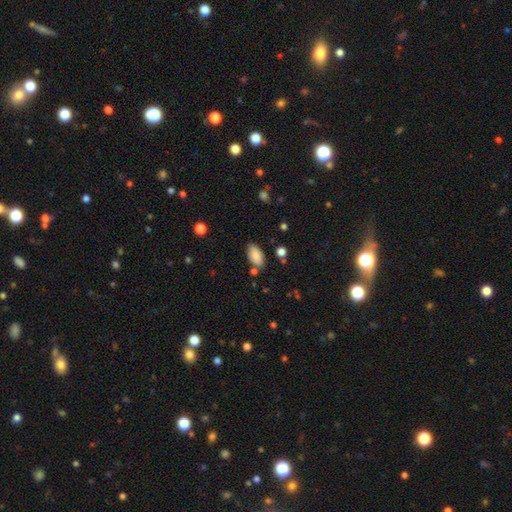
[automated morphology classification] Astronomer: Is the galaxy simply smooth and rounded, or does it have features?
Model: smooth — 85%.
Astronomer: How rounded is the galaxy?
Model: in between — 94%.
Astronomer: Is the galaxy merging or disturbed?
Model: none — 77%.